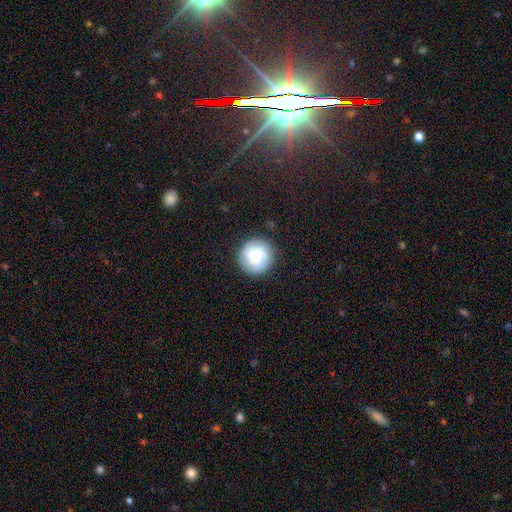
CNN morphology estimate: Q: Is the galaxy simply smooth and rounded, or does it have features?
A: smooth — 59%.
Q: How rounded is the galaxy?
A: round — 95%.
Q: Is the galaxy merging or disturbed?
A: none — 85%.